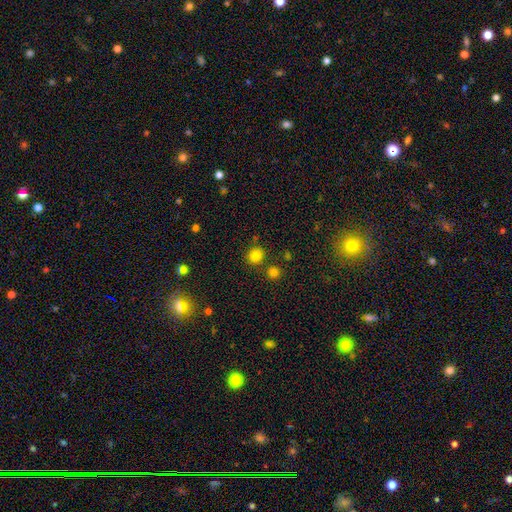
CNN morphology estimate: Overall: smooth (81%). How rounded: round (87%). Merging: none (82%).